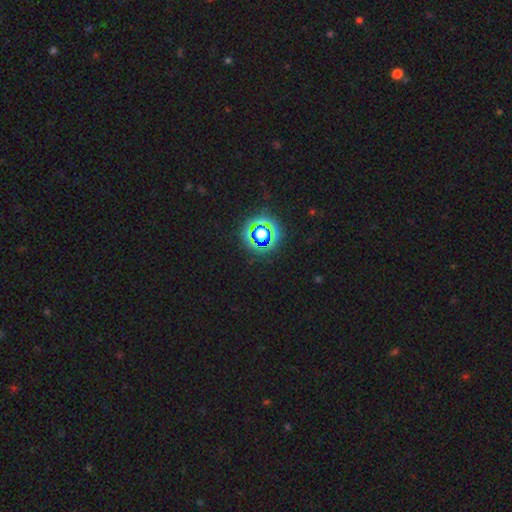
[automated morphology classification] type=star or artifact (82%).